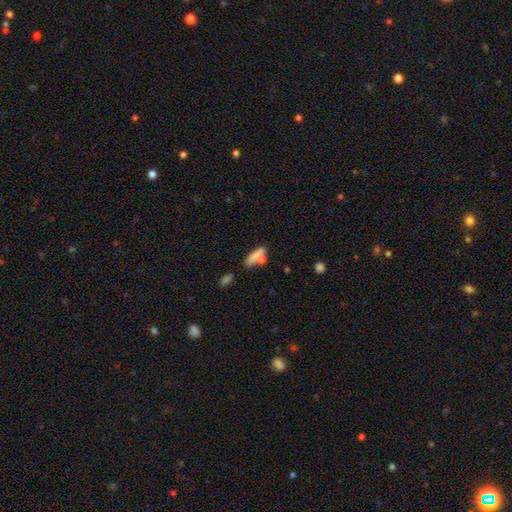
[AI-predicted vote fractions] smooth_or_featured: smooth (p=0.74) [alt: featured or disk p=0.17]
how_rounded: in between (p=0.59) [alt: cigar-shaped p=0.37]
merging: none (p=0.45) [alt: merger p=0.27]